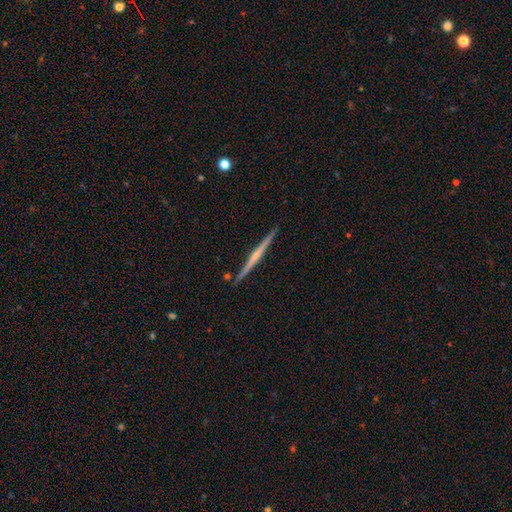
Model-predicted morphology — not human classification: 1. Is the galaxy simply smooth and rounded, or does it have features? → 72% featured or disk, 23% smooth, 5% star or artifact.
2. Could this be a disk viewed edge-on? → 98% yes, 2% no.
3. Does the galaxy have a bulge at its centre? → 46% rounded, 45% none, 8% boxy.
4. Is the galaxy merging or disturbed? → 91% none, 6% minor disturbance, 1% merger, 1% major disturbance.